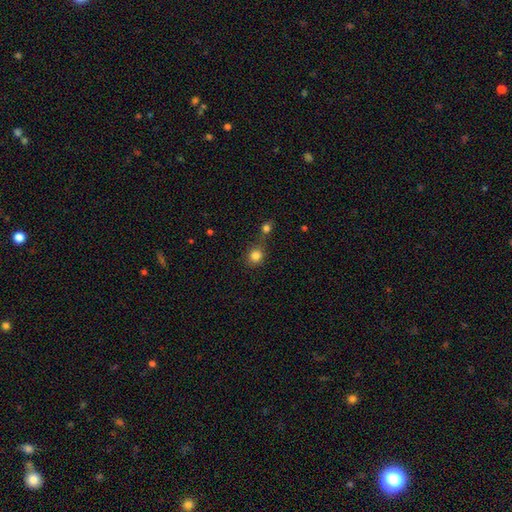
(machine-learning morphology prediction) Smooth or featured? smooth (83%)
How rounded? round (84%)
Merging? none (63%)